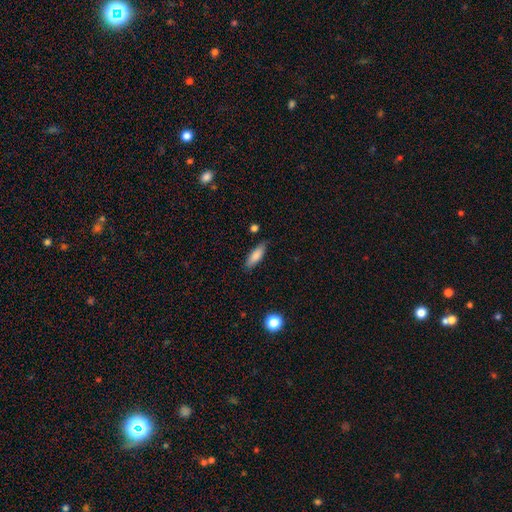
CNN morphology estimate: This is clearly a smooth galaxy (83%). How rounded: possibly in between (58%). Merging: clearly none (81%).